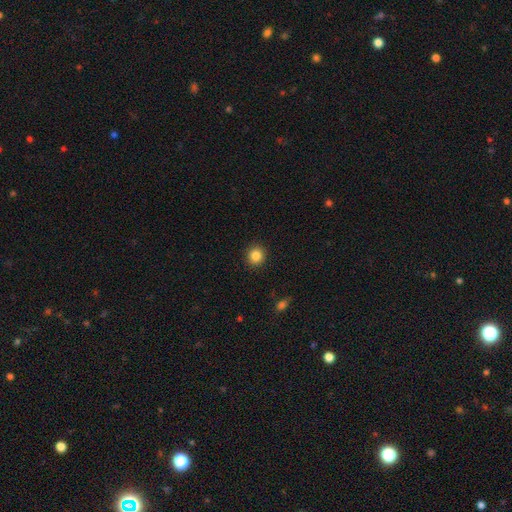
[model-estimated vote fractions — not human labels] smooth 85%, star or artifact 10%, featured or disk 4%. Down the decision tree: how rounded — round (92%); merging — none (92%).